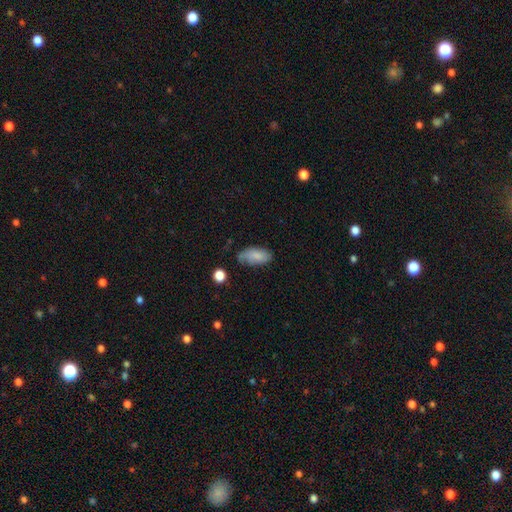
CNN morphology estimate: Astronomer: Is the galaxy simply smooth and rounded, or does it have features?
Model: smooth — 77%.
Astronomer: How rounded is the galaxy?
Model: in between — 92%.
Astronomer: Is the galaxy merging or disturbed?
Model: none — 57%.